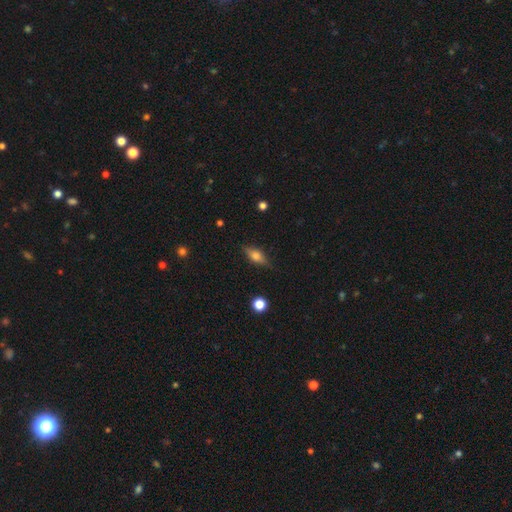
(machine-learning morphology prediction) Q: Smooth or featured?
A: smooth (54%); runner-up: featured or disk (37%)
Q: How rounded?
A: in between (67%); runner-up: cigar-shaped (26%)
Q: Merging?
A: none (82%); runner-up: minor disturbance (13%)